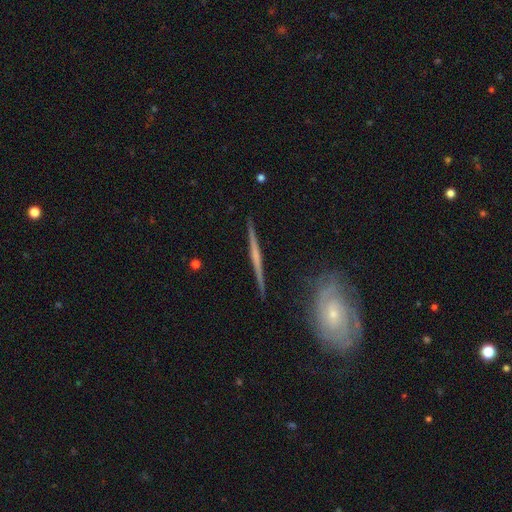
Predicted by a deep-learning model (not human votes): Smooth or featured?
  - featured or disk: 74% *
  - smooth: 21%
  - star or artifact: 6%
Edge-on disk?
  - yes: 96% *
  - no: 4%
Edge-on bulge?
  - none: 62% *
  - rounded: 28%
  - boxy: 10%
Merging?
  - none: 89% *
  - minor disturbance: 8%
  - merger: 2%
  - major disturbance: 2%